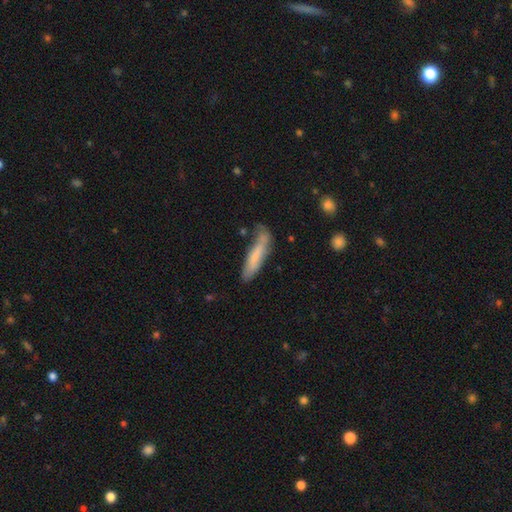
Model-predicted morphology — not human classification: Overall: smooth (65%; featured or disk 28%). How rounded: cigar-shaped (80%). Merging: none (57%; minor disturbance 28%).